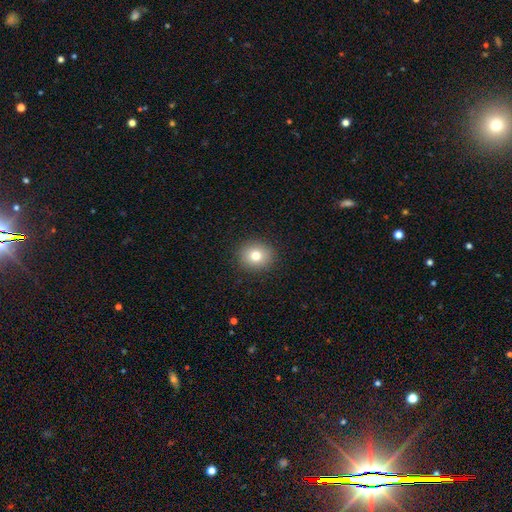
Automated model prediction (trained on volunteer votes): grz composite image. It shows a smooth galaxy with no disk features (78%) that is round (80%). Merging: none (91%).